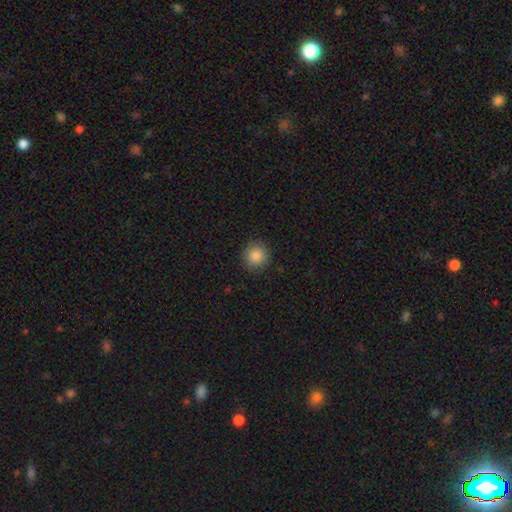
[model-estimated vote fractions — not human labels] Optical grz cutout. It shows a smooth galaxy with no disk features (86%) that is round (92%). Merging: none (89%).